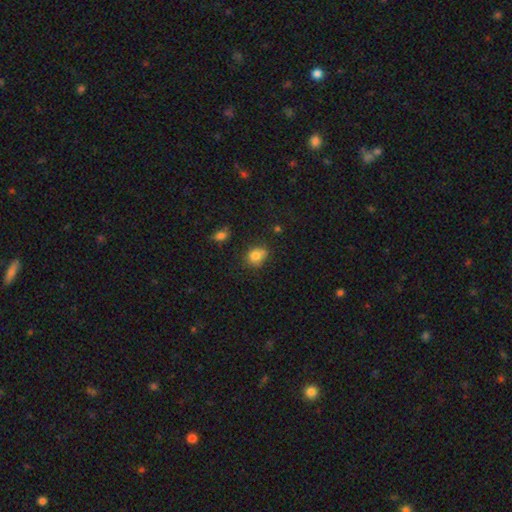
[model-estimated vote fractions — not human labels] This is likely a smooth galaxy (80%). How rounded: likely round (63%). Merging: possibly none (58%).